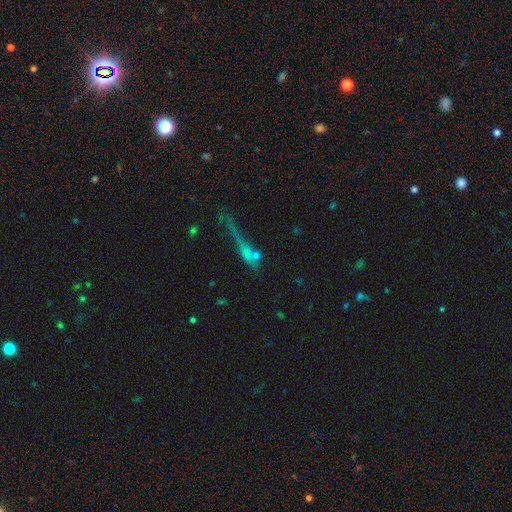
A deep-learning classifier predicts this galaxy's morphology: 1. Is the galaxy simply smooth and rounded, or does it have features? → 37% smooth, 32% star or artifact, 31% featured or disk.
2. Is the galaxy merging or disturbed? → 43% none, 23% major disturbance, 19% merger, 15% minor disturbance.